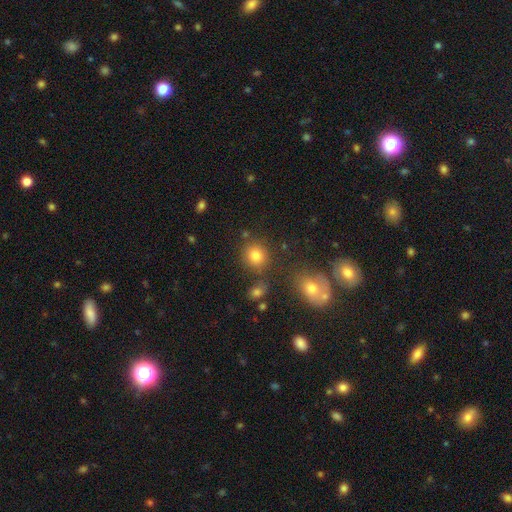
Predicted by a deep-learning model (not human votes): smooth_or_featured: smooth (p=0.80) [alt: star or artifact p=0.13]
how_rounded: round (p=0.81) [alt: in between p=0.17]
merging: none (p=0.77) [alt: minor disturbance p=0.10]